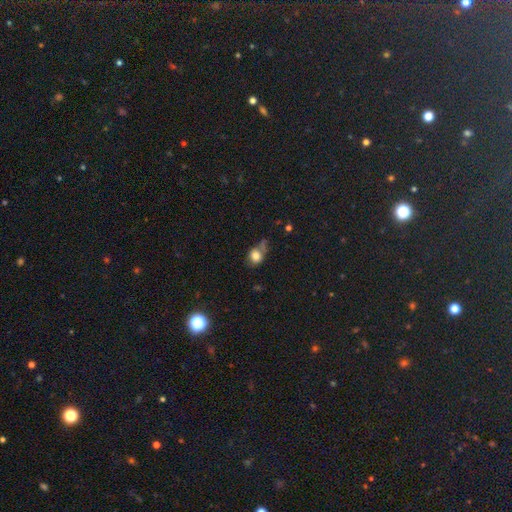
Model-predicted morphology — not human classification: Smooth or featured?
  - smooth: 78% *
  - star or artifact: 12%
  - featured or disk: 10%
How rounded?
  - round: 59% *
  - in between: 39%
  - cigar-shaped: 2%
Merging?
  - none: 40% *
  - minor disturbance: 29%
  - major disturbance: 17%
  - merger: 14%